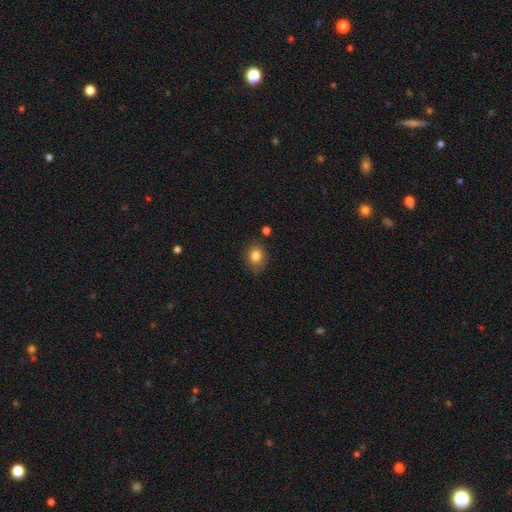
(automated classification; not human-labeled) Q: Smooth or featured?
A: smooth (83%); runner-up: star or artifact (9%)
Q: How rounded?
A: in between (54%); runner-up: round (45%)
Q: Merging?
A: none (75%); runner-up: minor disturbance (18%)